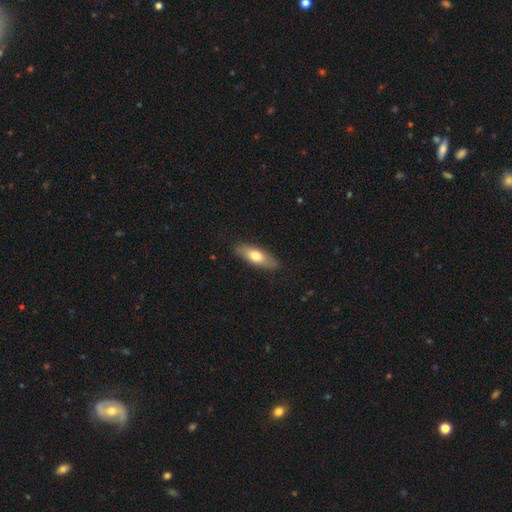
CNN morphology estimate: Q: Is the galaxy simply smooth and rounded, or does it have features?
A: smooth — 68%.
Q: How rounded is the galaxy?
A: in between — 63%.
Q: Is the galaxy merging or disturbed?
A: none — 86%.